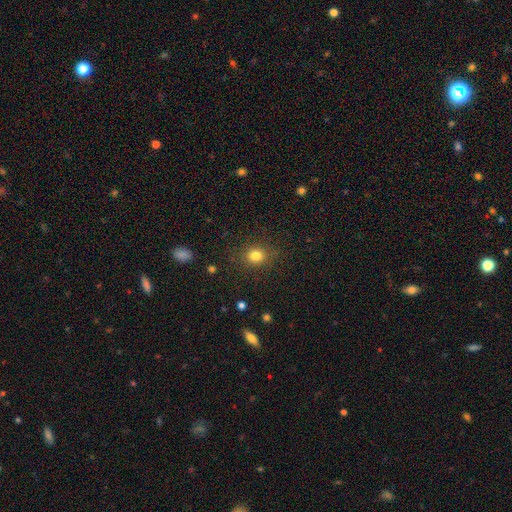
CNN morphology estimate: Smooth or featured?
  - smooth: 82% *
  - star or artifact: 13%
  - featured or disk: 6%
How rounded?
  - round: 72% *
  - in between: 27%
  - cigar-shaped: 1%
Merging?
  - none: 85% *
  - minor disturbance: 10%
  - major disturbance: 4%
  - merger: 1%